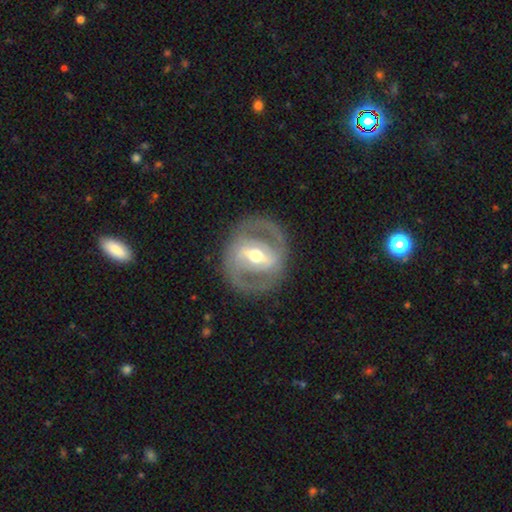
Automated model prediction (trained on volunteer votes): Smooth or featured?
  - featured or disk: 84% *
  - smooth: 12%
  - star or artifact: 5%
Edge-on disk?
  - no: 95% *
  - yes: 5%
Bar?
  - strong: 58% *
  - weak: 31%
  - no: 12%
Spiral arms?
  - yes: 77% *
  - no: 23%
Spiral winding?
  - medium: 47% *
  - tight: 37%
  - loose: 16%
Spiral arm count?
  - 2: 85% *
  - can't tell: 8%
  - 1: 3%
  - 3: 2%
  - 4: 1%
  - more than 4: 1%
Bulge size?
  - moderate: 69% *
  - small: 21%
  - large: 8%
  - dominant: 1%
  - none: 1%
Merging?
  - none: 81% *
  - minor disturbance: 11%
  - major disturbance: 7%
  - merger: 1%